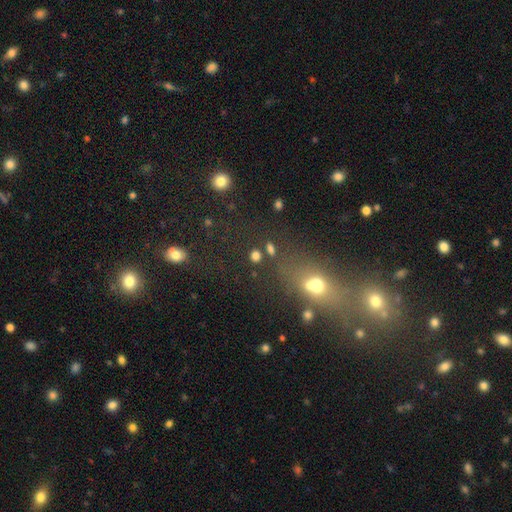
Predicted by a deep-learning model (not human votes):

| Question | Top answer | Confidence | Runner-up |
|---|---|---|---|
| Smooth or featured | smooth | 75% | star or artifact (18%) |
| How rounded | round | 56% | in between (41%) |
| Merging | none | 74% | merger (11%) |